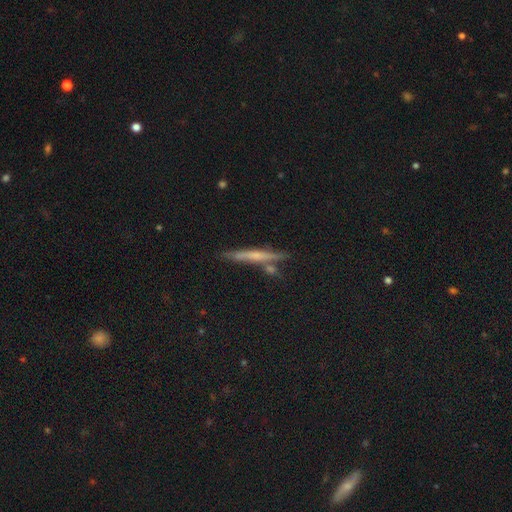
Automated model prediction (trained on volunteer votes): smooth_or_featured: featured or disk (p=0.52) [alt: smooth p=0.36]
disk_edge_on: yes (p=0.95) [alt: no p=0.05]
merging: none (p=0.80) [alt: minor disturbance p=0.10]